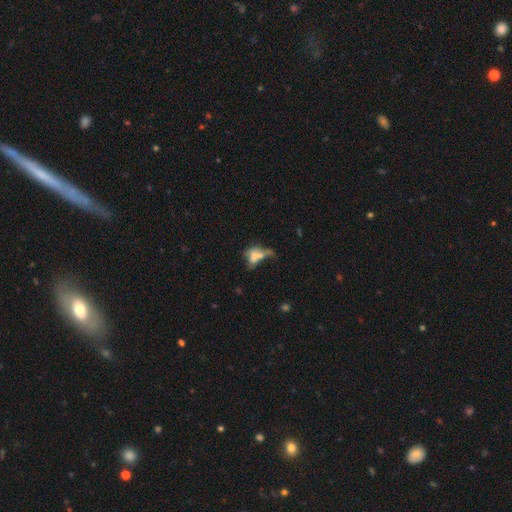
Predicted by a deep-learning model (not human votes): smooth_or_featured: smooth (p=0.51) [alt: featured or disk p=0.33]
how_rounded: in between (p=0.71) [alt: cigar-shaped p=0.17]
merging: merger (p=0.33) [alt: major disturbance p=0.30]